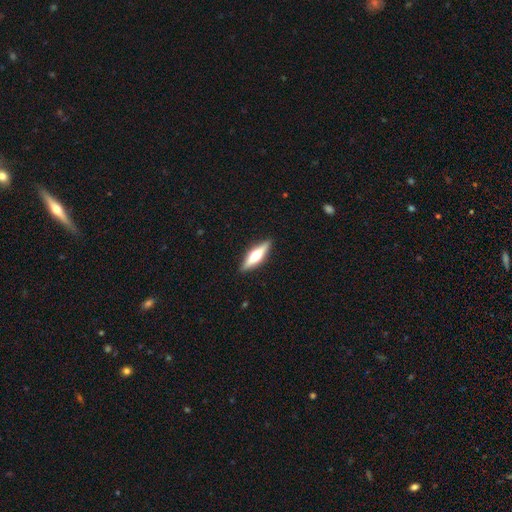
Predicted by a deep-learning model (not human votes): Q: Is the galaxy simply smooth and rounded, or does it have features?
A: featured or disk — 58%.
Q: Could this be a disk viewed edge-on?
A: yes — 95%.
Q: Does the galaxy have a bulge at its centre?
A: rounded — 94%.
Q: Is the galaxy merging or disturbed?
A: none — 90%.